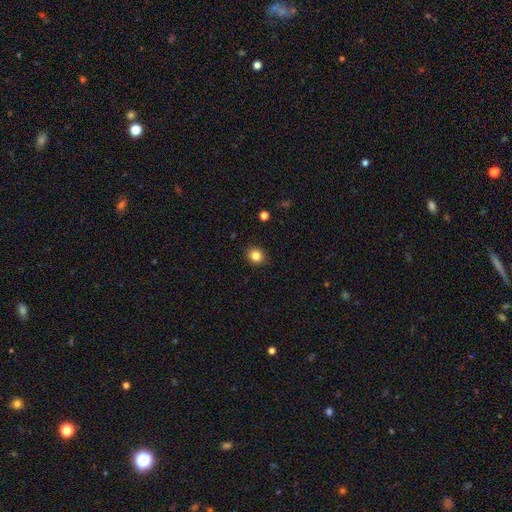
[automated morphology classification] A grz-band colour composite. It shows a smooth galaxy with no disk features (84%) that is round (73%). Merging: none (90%).